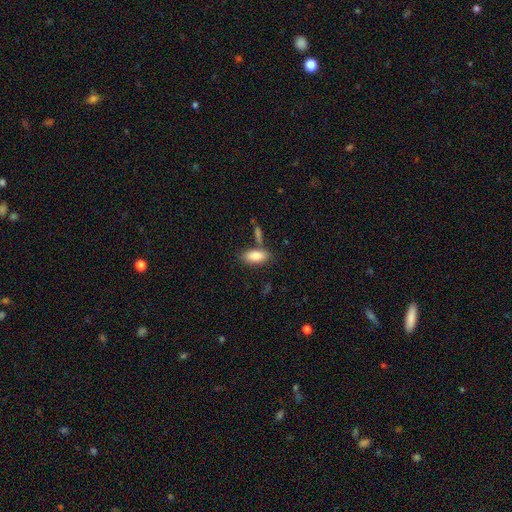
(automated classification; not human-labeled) Smooth or featured? smooth (85%)
How rounded? in between (89%)
Merging? none (69%)